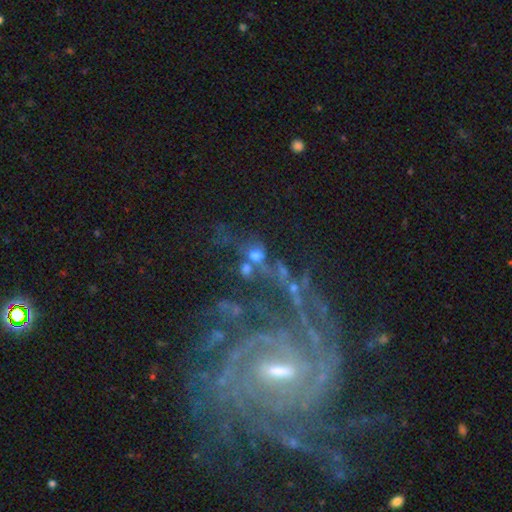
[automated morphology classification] Smooth or featured: smooth — 41% (star or artifact — 31%)
Merging: none — 34% (merger — 33%)